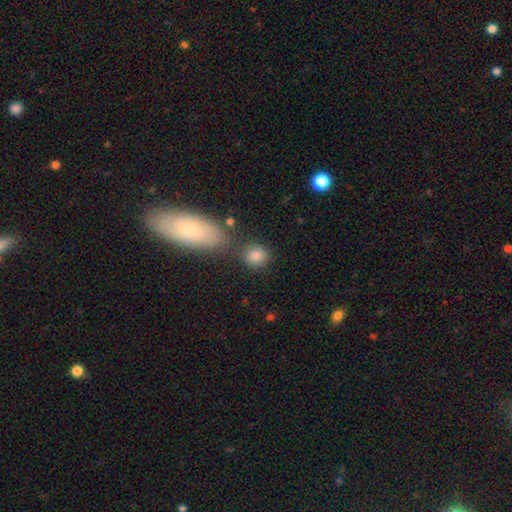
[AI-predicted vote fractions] Morphology: type=smooth (83%); roundness=round (77%); merging=none (71%).